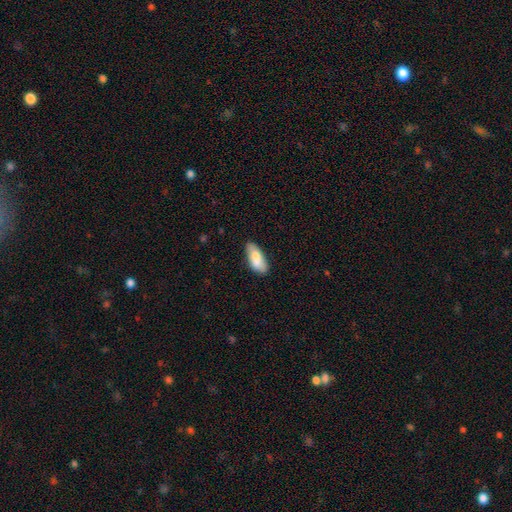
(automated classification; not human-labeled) This appears to be a smooth galaxy with no disk features (75%) that is in between round and cigar-shaped (83%). Merging: none (69%).